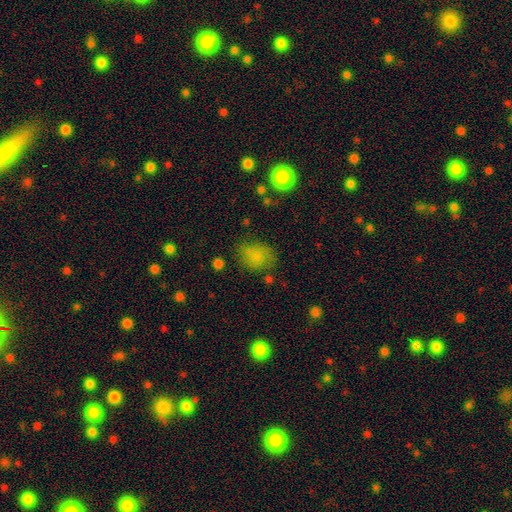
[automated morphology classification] smooth-or-featured: smooth: 77% | star or artifact: 13% | featured or disk: 10%
  how-rounded: in between: 58% | round: 41% | cigar-shaped: 1%
  merging: none: 64% | minor disturbance: 23% | major disturbance: 9% | merger: 3%